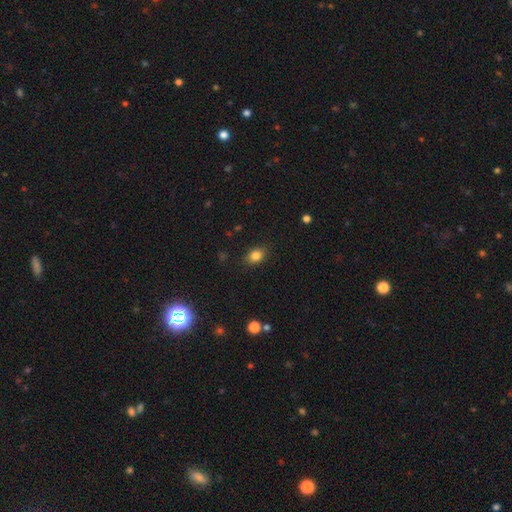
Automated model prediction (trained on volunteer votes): Smooth or featured: smooth — 84% (star or artifact — 11%)
How rounded: in between — 63% (round — 36%)
Merging: none — 85% (minor disturbance — 11%)